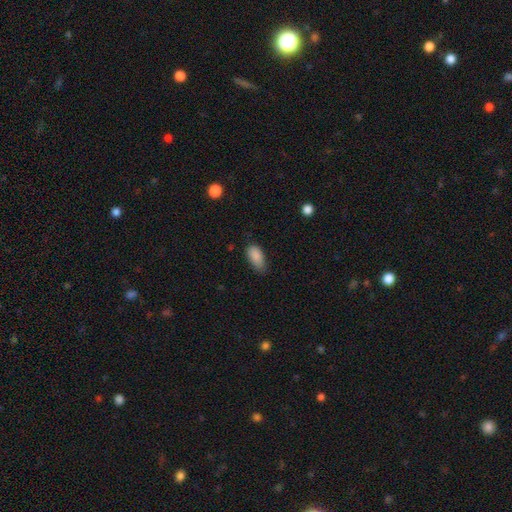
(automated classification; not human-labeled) Morphology: type=smooth (87%); roundness=in between (90%); merging=none (63%).